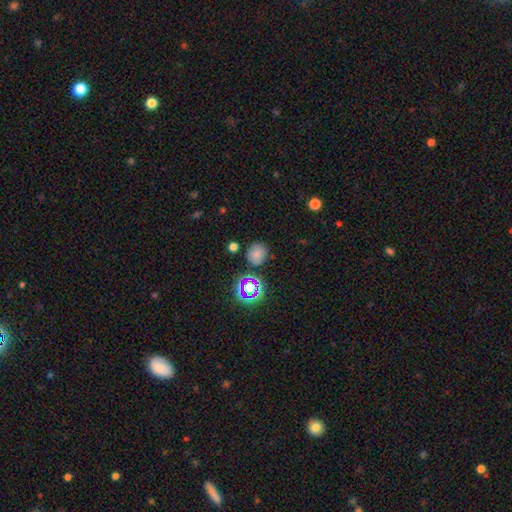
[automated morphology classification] This is likely a smooth galaxy (71%). How rounded: likely round (79%). Merging: likely none (74%).